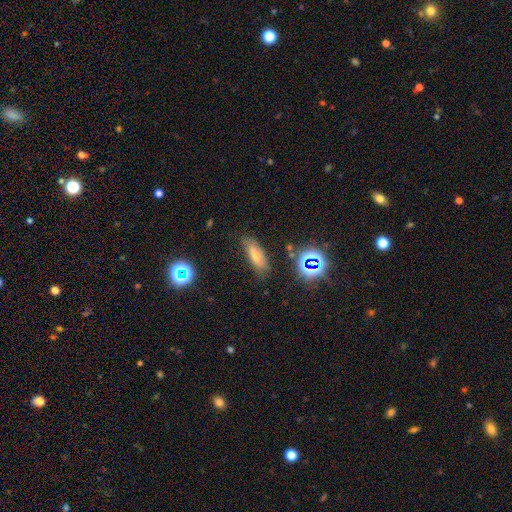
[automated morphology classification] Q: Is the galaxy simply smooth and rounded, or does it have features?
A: smooth — 49%.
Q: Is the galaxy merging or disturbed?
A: none — 73%.